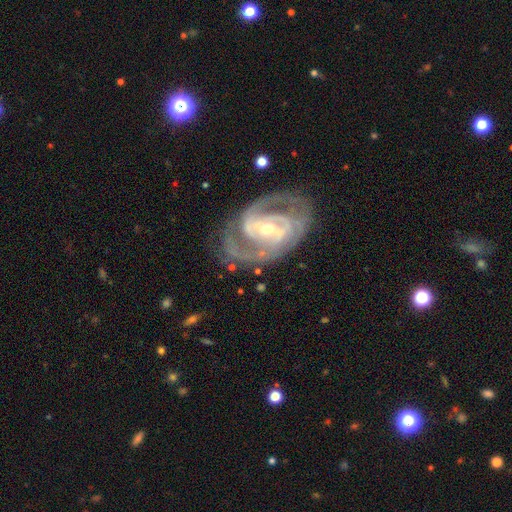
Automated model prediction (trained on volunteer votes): Smooth or featured: featured or disk — 91% (star or artifact — 5%)
Edge-on disk: no — 97% (yes — 3%)
Bar: strong — 46% (weak — 36%)
Spiral arms: yes — 96% (no — 4%)
Spiral winding: tight — 48% (medium — 44%)
Spiral arm count: 2 — 66% (3 — 15%)
Bulge size: small — 53% (moderate — 43%)
Merging: none — 72% (minor disturbance — 16%)